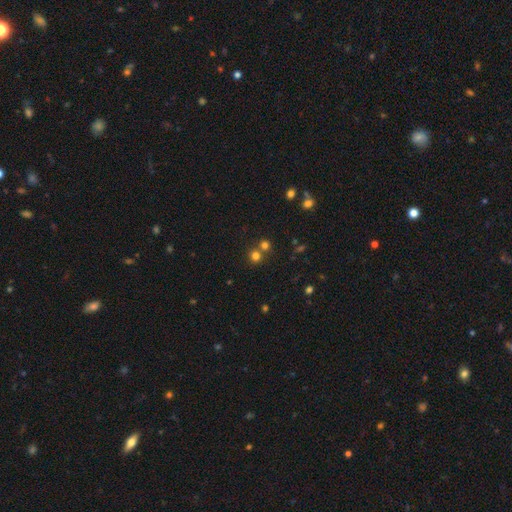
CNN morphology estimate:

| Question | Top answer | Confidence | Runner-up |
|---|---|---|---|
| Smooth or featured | smooth | 72% | star or artifact (21%) |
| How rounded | round | 92% | in between (7%) |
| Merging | none | 65% | merger (28%) |